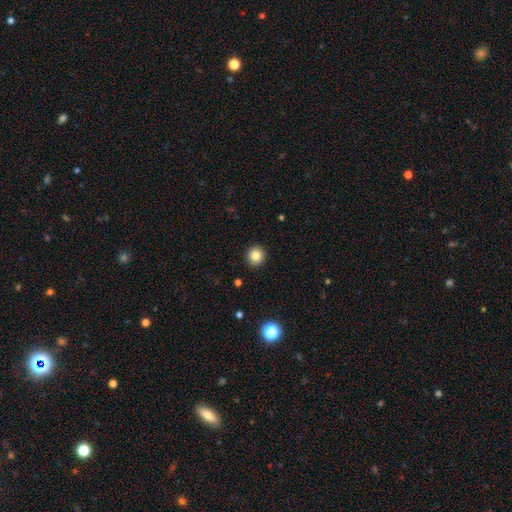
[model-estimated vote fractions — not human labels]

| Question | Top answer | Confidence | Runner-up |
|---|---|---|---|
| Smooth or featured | smooth | 84% | star or artifact (11%) |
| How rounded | round | 89% | in between (10%) |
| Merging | none | 92% | minor disturbance (6%) |